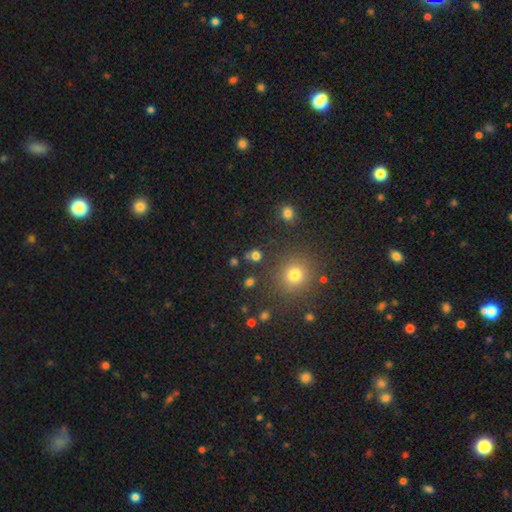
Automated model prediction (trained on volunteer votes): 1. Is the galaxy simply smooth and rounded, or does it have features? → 73% smooth, 21% star or artifact, 6% featured or disk.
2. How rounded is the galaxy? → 88% round, 11% in between, 1% cigar-shaped.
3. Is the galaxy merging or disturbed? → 80% none, 9% merger, 7% minor disturbance, 4% major disturbance.